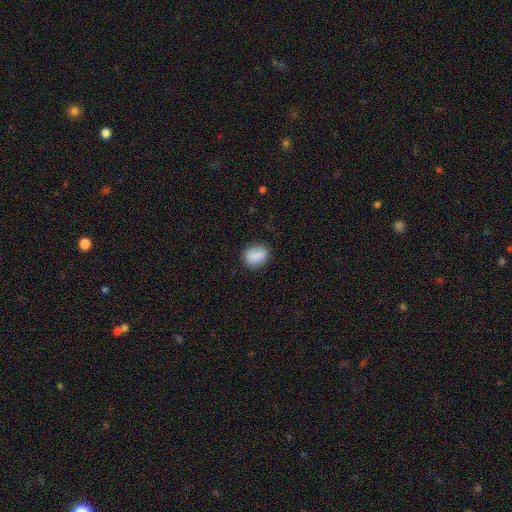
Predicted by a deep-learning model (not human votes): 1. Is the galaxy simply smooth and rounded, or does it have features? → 86% smooth, 8% star or artifact, 6% featured or disk.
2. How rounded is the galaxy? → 57% in between, 41% round, 2% cigar-shaped.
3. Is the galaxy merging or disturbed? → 82% none, 13% minor disturbance, 3% major disturbance, 1% merger.